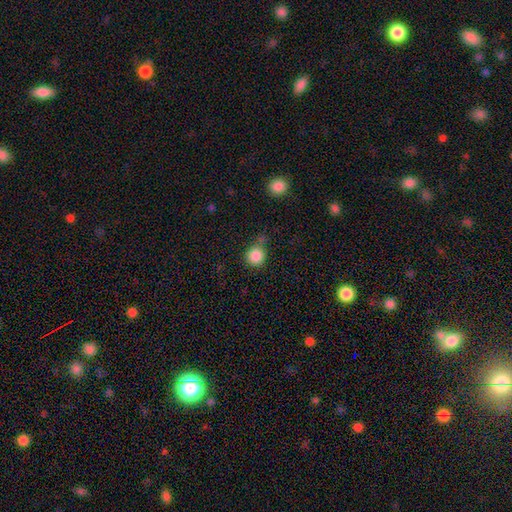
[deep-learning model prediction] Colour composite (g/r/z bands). It shows a smooth galaxy with no disk features (86%) that is round (92%). Merging: none (70%).